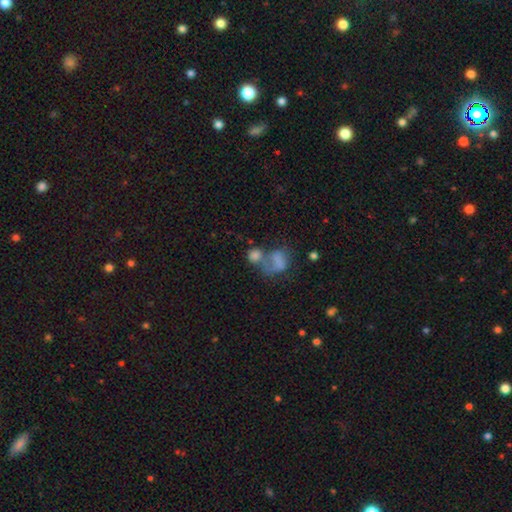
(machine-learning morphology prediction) Q: Smooth or featured?
A: smooth (67%); runner-up: featured or disk (19%)
Q: How rounded?
A: round (52%); runner-up: in between (47%)
Q: Merging?
A: merger (53%); runner-up: none (22%)